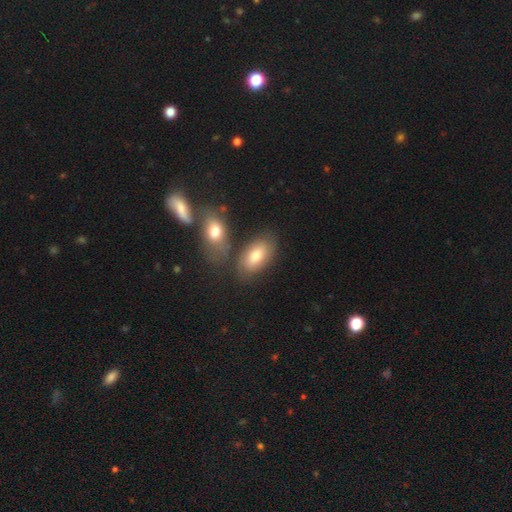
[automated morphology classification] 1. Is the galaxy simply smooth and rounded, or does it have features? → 74% smooth, 18% featured or disk, 8% star or artifact.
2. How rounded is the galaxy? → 93% in between, 4% round, 3% cigar-shaped.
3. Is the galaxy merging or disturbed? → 65% none, 16% minor disturbance, 14% merger, 5% major disturbance.